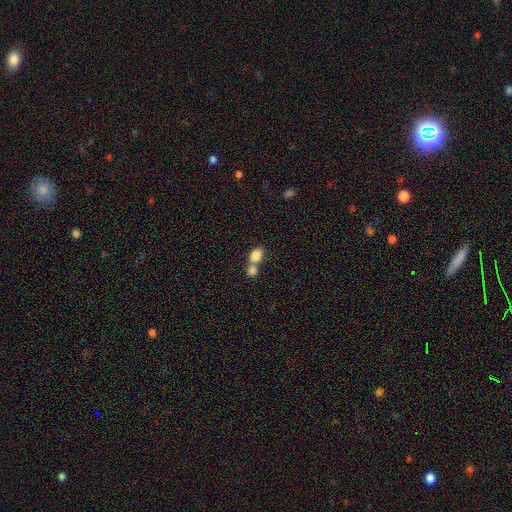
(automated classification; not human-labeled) This appears to be a smooth galaxy with no disk features (83%) that is in between round and cigar-shaped (70%). Merging: merger (63%).